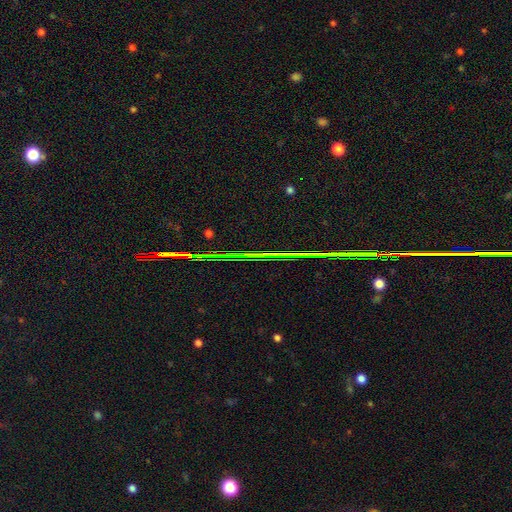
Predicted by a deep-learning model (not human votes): Smooth or featured? Predicted: star or artifact (p=0.83).